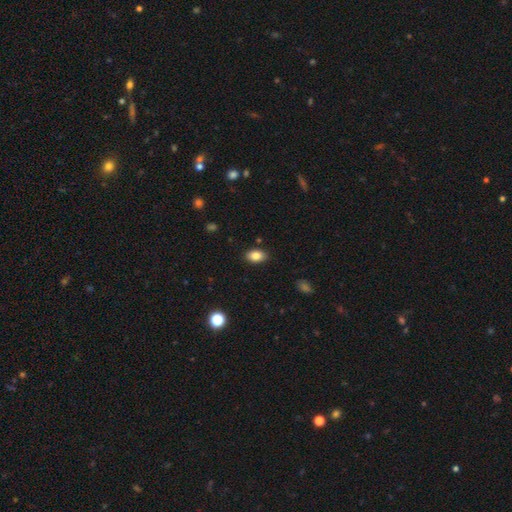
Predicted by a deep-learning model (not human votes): smooth_or_featured: smooth (p=0.84) [alt: star or artifact p=0.09]
how_rounded: in between (p=0.88) [alt: round p=0.10]
merging: none (p=0.87) [alt: minor disturbance p=0.10]